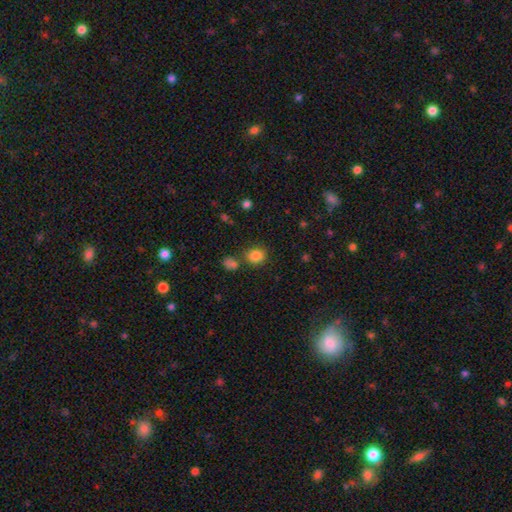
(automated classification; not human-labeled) Q: Smooth or featured?
A: smooth (84%); runner-up: star or artifact (11%)
Q: How rounded?
A: round (69%); runner-up: in between (30%)
Q: Merging?
A: none (73%); runner-up: merger (12%)